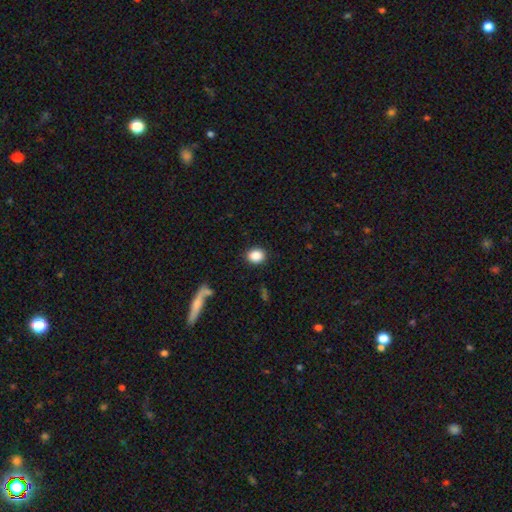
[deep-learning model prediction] A smooth galaxy with no disk features (88%) that is round (65%). Merging: none (88%).